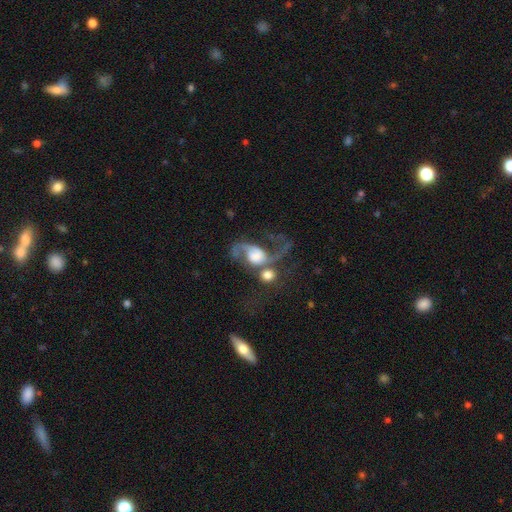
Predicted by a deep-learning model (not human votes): smooth-or-featured: featured or disk: 70% | smooth: 22% | star or artifact: 9%
  disk-edge-on: no: 96% | yes: 4%
    bar: no: 65% | weak: 27% | strong: 8%
    has-spiral-arms: yes: 89% | no: 11%
      spiral-winding: loose: 71% | medium: 23% | tight: 6%
      spiral-arm-count: 2: 67% | 1: 24% | can't tell: 5% | 3: 2% | 4: 1% | more than 4: 1%
    bulge-size: large: 39% | moderate: 22% | dominant: 14% | small: 13% | none: 11%
  merging: merger: 45% | major disturbance: 27% | none: 18% | minor disturbance: 10%